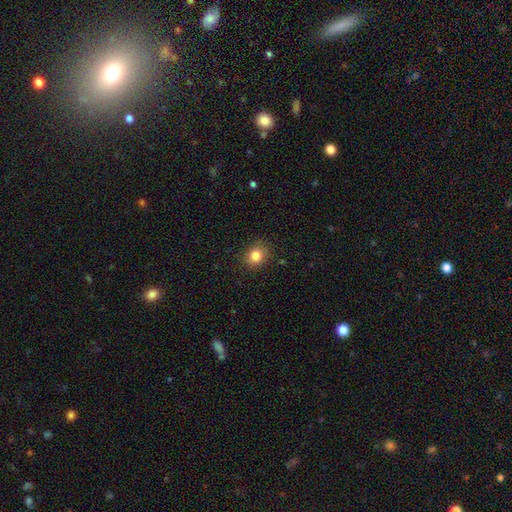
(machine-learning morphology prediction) smooth_or_featured: smooth (p=0.83) [alt: star or artifact p=0.11]
how_rounded: round (p=0.69) [alt: in between p=0.30]
merging: none (p=0.87) [alt: minor disturbance p=0.09]